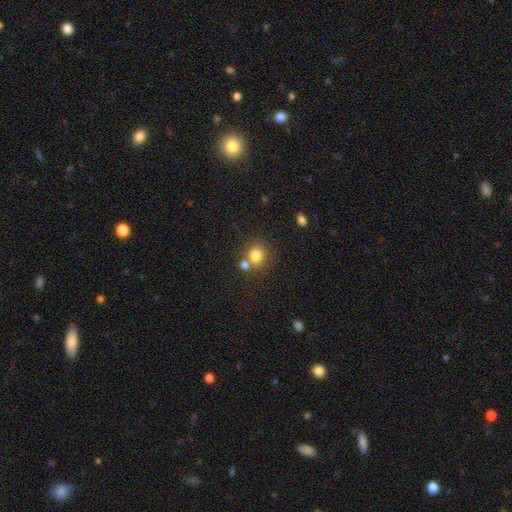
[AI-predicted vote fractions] Morphology: type=smooth (80%); roundness=round (83%); merging=none (63%).